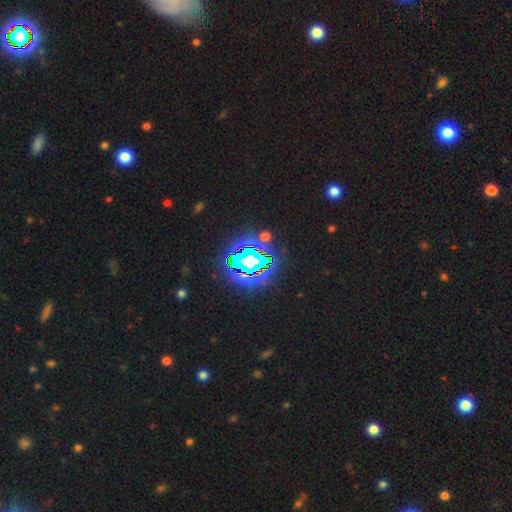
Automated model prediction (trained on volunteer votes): Overall: star or artifact (79%).